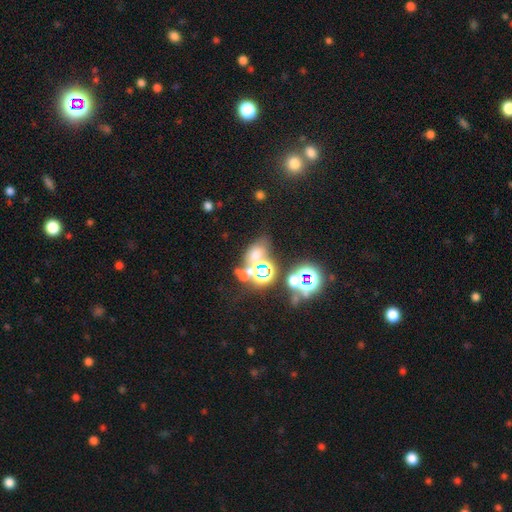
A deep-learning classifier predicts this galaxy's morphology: Smooth or featured? Predicted: star or artifact (p=0.44).